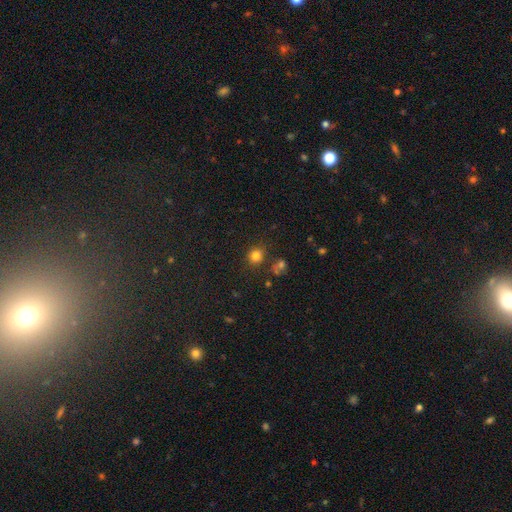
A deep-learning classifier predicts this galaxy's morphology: smooth 79%, star or artifact 15%, featured or disk 6%. Down the decision tree: how rounded — round (84%); merging — none (79%).